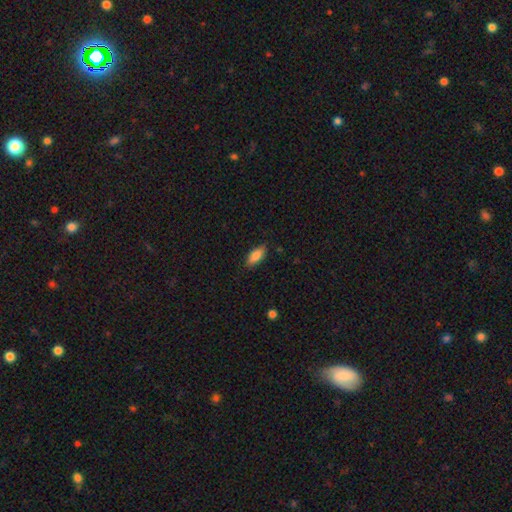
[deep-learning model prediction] smooth-or-featured: smooth: 84% | featured or disk: 10% | star or artifact: 7%
  how-rounded: in between: 78% | cigar-shaped: 19% | round: 2%
  merging: none: 82% | minor disturbance: 14% | major disturbance: 3% | merger: 1%